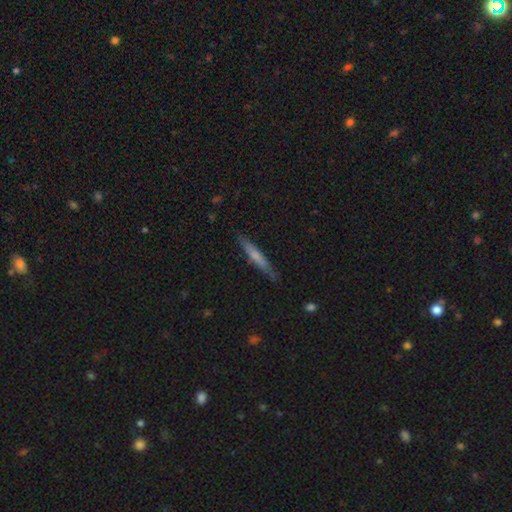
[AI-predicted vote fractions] Smooth or featured? smooth (59%)
How rounded? cigar-shaped (93%)
Merging? none (82%)